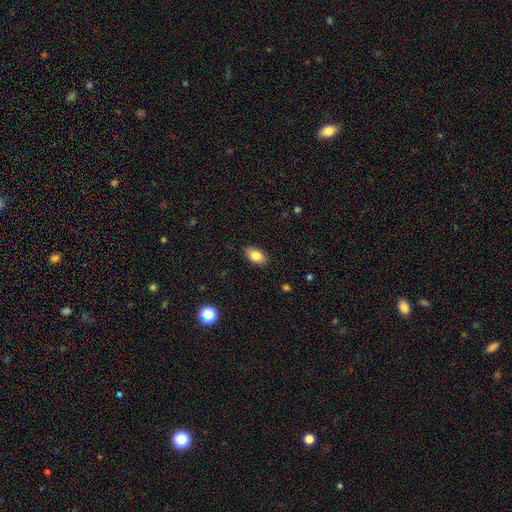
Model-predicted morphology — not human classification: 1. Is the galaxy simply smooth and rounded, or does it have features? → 83% smooth, 8% featured or disk, 8% star or artifact.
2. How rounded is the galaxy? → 90% in between, 8% round, 2% cigar-shaped.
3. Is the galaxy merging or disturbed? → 87% none, 10% minor disturbance, 2% major disturbance, 1% merger.